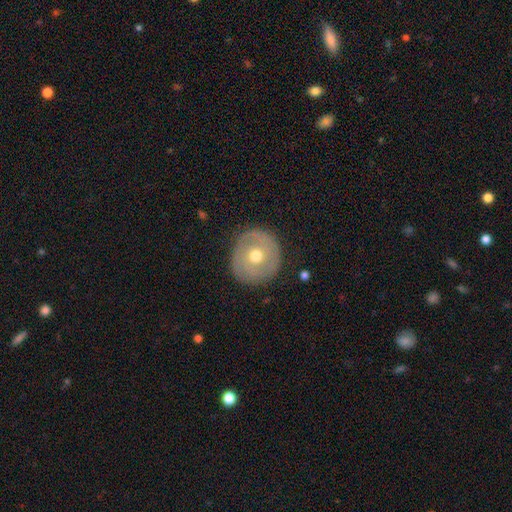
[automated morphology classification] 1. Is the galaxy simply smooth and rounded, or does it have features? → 52% featured or disk, 40% smooth, 8% star or artifact.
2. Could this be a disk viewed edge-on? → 95% no, 5% yes.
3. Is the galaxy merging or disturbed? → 84% none, 11% minor disturbance, 3% major disturbance, 1% merger.